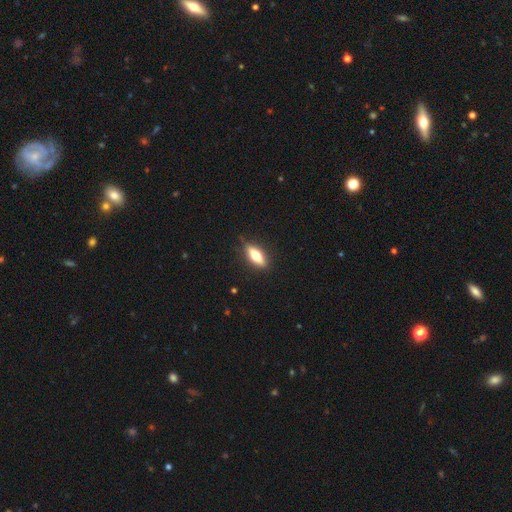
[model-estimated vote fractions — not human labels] A smooth galaxy with no disk features (55%) that is in between round and cigar-shaped (53%). Merging: none (84%).